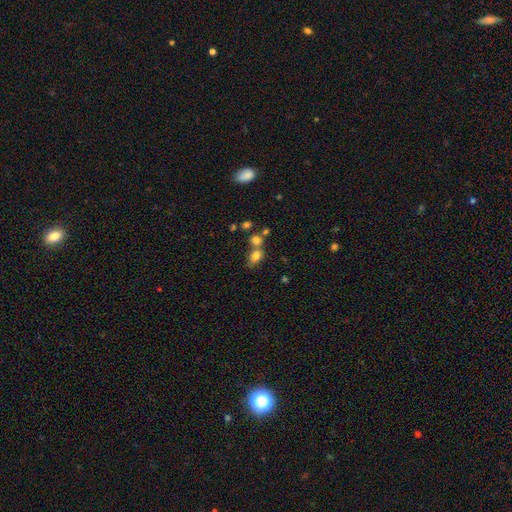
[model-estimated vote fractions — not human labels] Smooth or featured? smooth (78%)
How rounded? in between (65%)
Merging? none (42%)